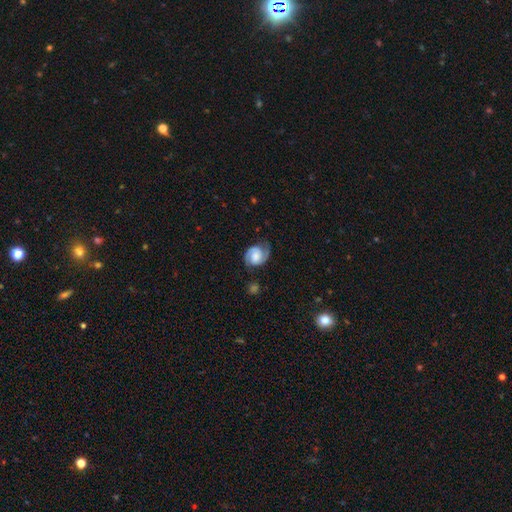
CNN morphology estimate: A featured or disk galaxy (80%) with no bar (55%), 2 (89%) medium (46%) spiral arms (96%) and a moderate central bulge (39%).

Vote fractions:
- Smooth or featured? featured or disk: 80% / smooth: 14% / star or artifact: 6%
- Edge-on disk? no: 98% / yes: 2%
- Bar? no: 55% / weak: 36% / strong: 9%
- Spiral arms? yes: 96% / no: 4%
- Spiral winding? medium: 46% / tight: 40% / loose: 13%
- Spiral arm count? 2: 89% / can't tell: 4% / 1: 4% / 3: 1% / 4: 1% / more than 4: 1%
- Bulge size? moderate: 39% / large: 24% / small: 19% / none: 14% / dominant: 3%
- Merging? none: 72% / minor disturbance: 19% / major disturbance: 7% / merger: 2%